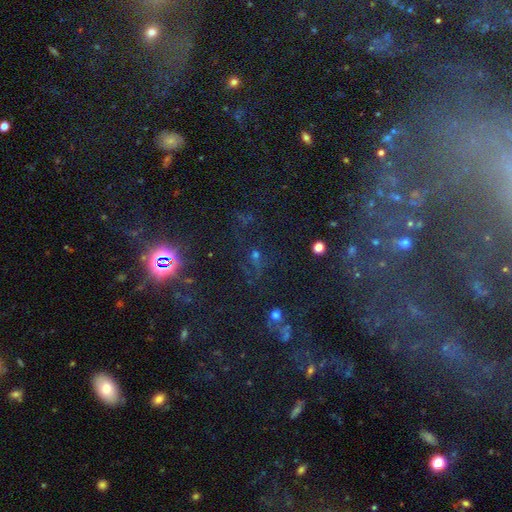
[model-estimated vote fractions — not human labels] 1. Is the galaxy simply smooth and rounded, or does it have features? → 68% star or artifact, 20% smooth, 12% featured or disk.